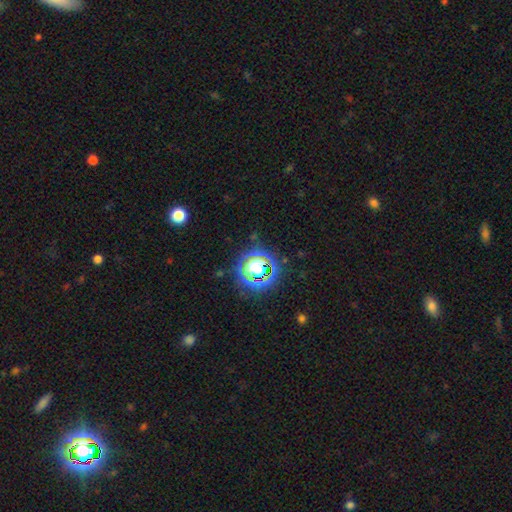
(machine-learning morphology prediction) Overall: star or artifact (66%).